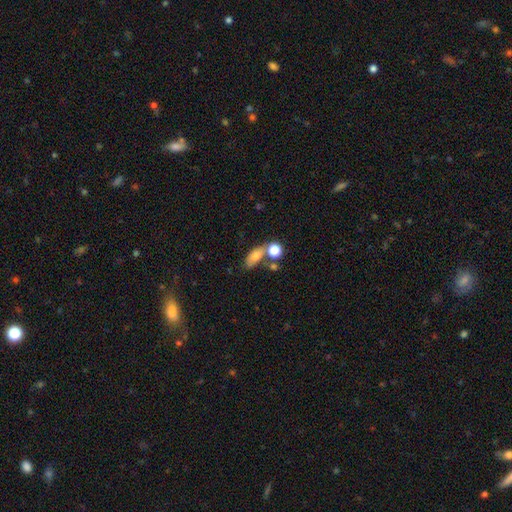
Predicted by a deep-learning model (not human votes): The model was most divided on "merging": none: 50%, merger: 26%, minor disturbance: 16%, major disturbance: 8%. More confident: smooth or featured — smooth (76%); how rounded — in between (74%).